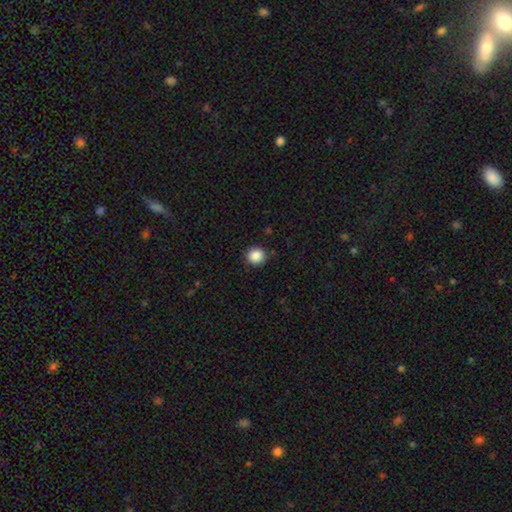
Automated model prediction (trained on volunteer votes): Q: Smooth or featured?
A: smooth (88%); runner-up: star or artifact (9%)
Q: How rounded?
A: round (91%); runner-up: in between (8%)
Q: Merging?
A: none (90%); runner-up: minor disturbance (7%)